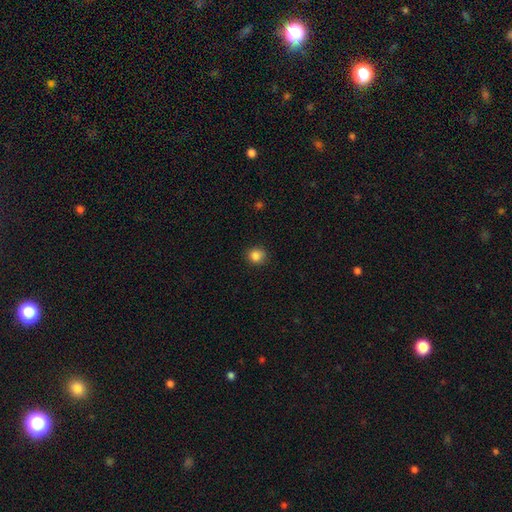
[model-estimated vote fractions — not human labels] This appears to be a smooth galaxy with no disk features (85%) that is round (87%). Merging: none (89%).